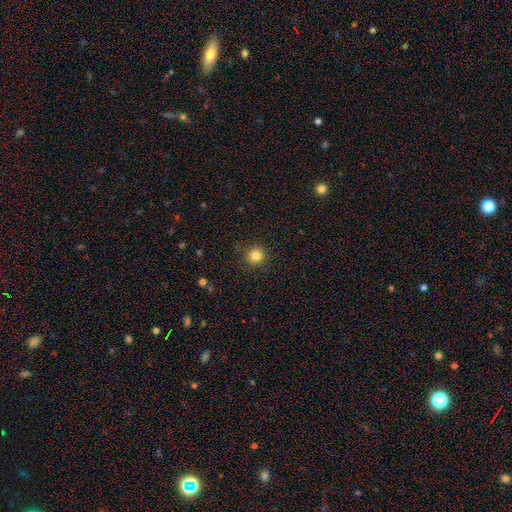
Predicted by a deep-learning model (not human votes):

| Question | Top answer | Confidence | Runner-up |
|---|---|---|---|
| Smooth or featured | smooth | 82% | star or artifact (12%) |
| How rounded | round | 94% | in between (5%) |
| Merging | none | 91% | minor disturbance (6%) |